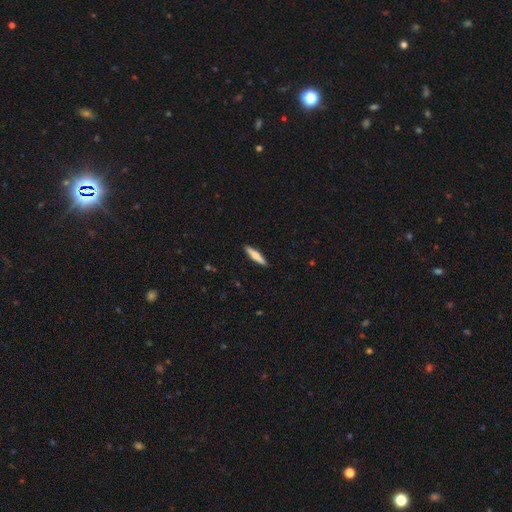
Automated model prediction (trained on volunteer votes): Smooth or featured? smooth (58%)
How rounded? cigar-shaped (86%)
Merging? none (91%)